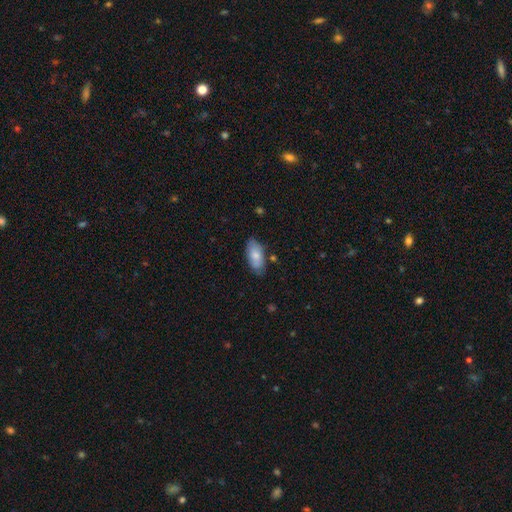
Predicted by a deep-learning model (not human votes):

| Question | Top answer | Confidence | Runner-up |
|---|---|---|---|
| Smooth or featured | smooth | 78% | featured or disk (16%) |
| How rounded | in between | 91% | cigar-shaped (7%) |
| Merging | none | 75% | minor disturbance (18%) |